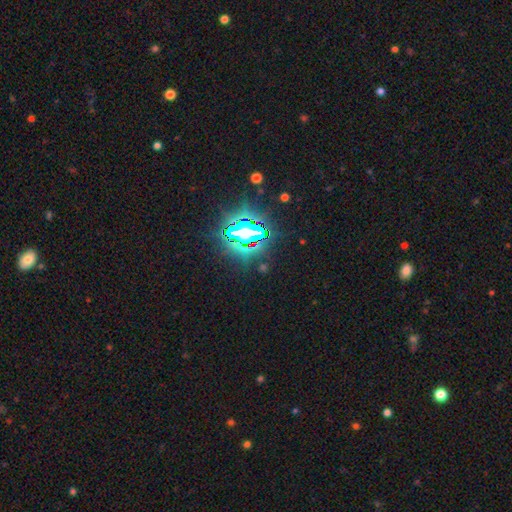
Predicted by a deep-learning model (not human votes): Smooth or featured? star or artifact (84%)